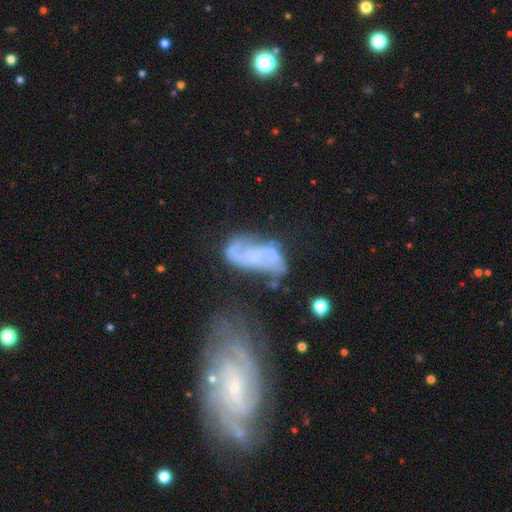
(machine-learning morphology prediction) This appears to be a featured or disk galaxy (68%) with no bar (66%), 2 (63%) loose (41%) spiral arms (79%) and no central bulge (57%). Merging: none (38%).